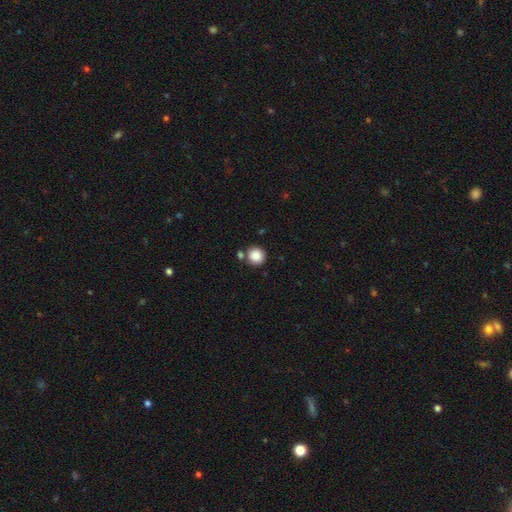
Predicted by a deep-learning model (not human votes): smooth_or_featured: smooth (p=0.87) [alt: star or artifact p=0.09]
how_rounded: round (p=0.92) [alt: in between p=0.07]
merging: none (p=0.76) [alt: merger p=0.13]